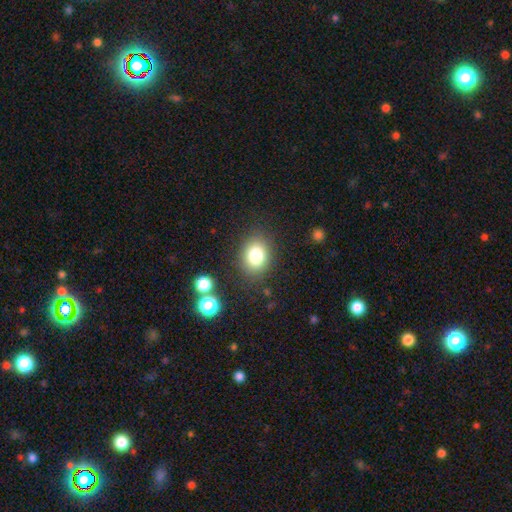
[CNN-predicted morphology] A smooth galaxy with no disk features (80%) that is round (51%). Merging: none (83%).